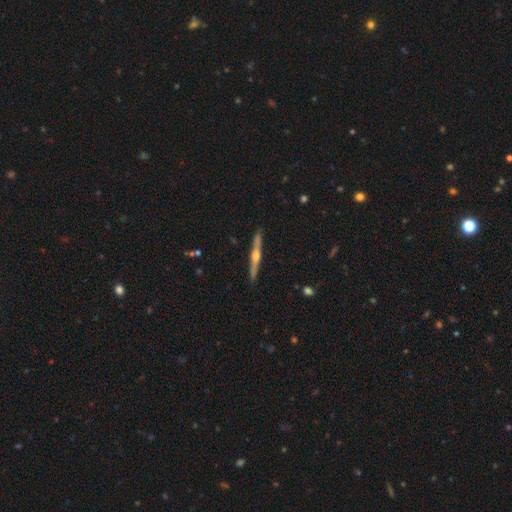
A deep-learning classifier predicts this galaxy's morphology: featured or disk 79%, smooth 16%, star or artifact 5%. Down the decision tree: edge-on disk — yes (98%); edge-on bulge — rounded (91%); merging — none (91%).